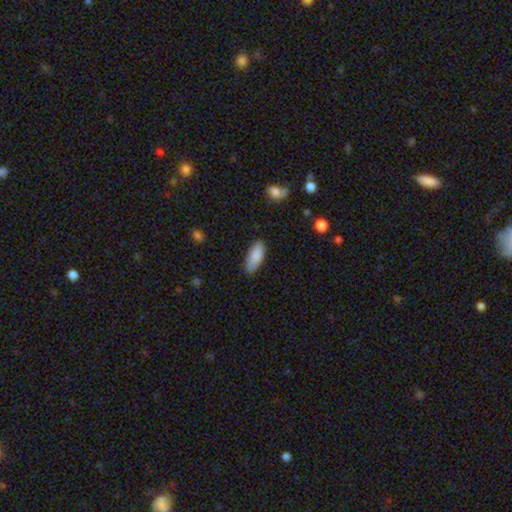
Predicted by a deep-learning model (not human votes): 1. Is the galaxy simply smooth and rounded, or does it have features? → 88% smooth, 6% featured or disk, 6% star or artifact.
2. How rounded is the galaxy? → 80% in between, 18% cigar-shaped, 2% round.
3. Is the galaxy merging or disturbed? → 80% none, 16% minor disturbance, 3% major disturbance, 1% merger.